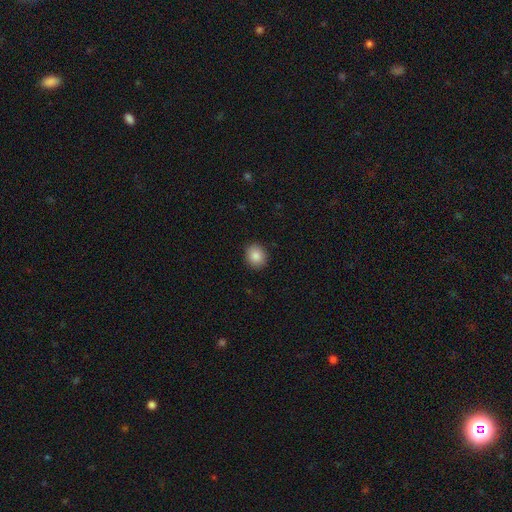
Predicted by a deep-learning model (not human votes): The model was most divided on "how rounded": round: 70%, in between: 29%, cigar-shaped: 1%. More confident: merging — none (90%); smooth or featured — smooth (86%).